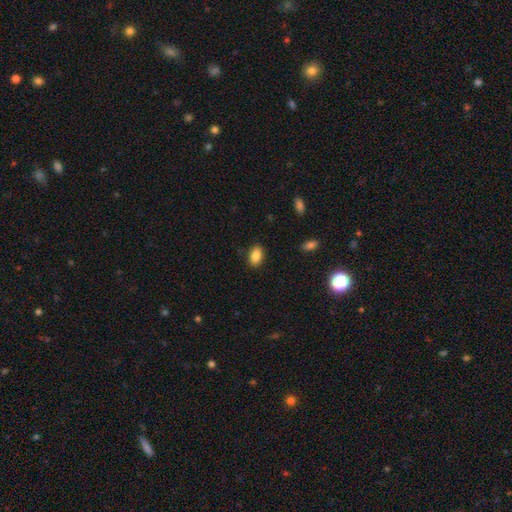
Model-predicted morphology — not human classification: A smooth galaxy with no disk features (86%) that is in between round and cigar-shaped (89%). Merging: none (87%).